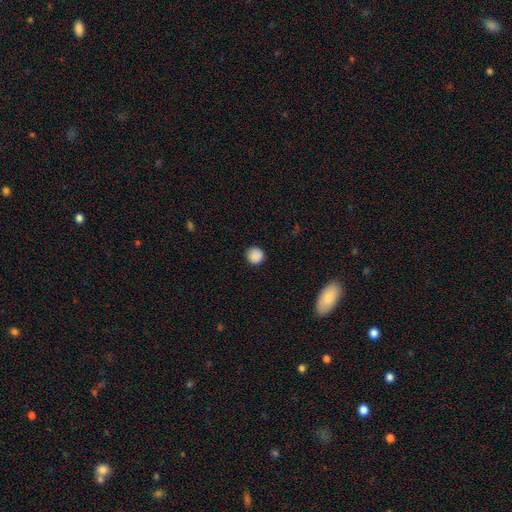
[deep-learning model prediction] Smooth or featured?
  - smooth: 88% *
  - star or artifact: 9%
  - featured or disk: 3%
How rounded?
  - round: 95% *
  - in between: 4%
  - cigar-shaped: 1%
Merging?
  - none: 91% *
  - minor disturbance: 6%
  - major disturbance: 2%
  - merger: 1%